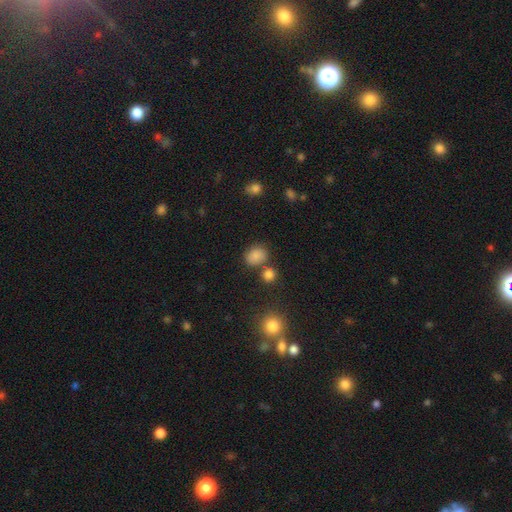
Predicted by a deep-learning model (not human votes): Q: Smooth or featured?
A: smooth (83%); runner-up: star or artifact (12%)
Q: How rounded?
A: round (54%); runner-up: in between (44%)
Q: Merging?
A: none (68%); runner-up: merger (14%)